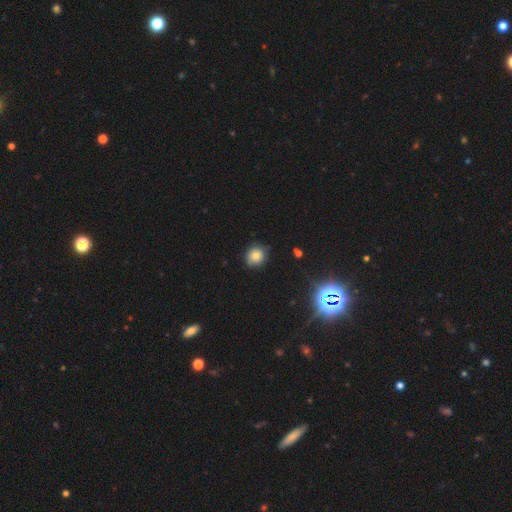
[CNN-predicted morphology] This is likely a smooth galaxy (75%). How rounded: clearly round (84%). Merging: likely none (78%).